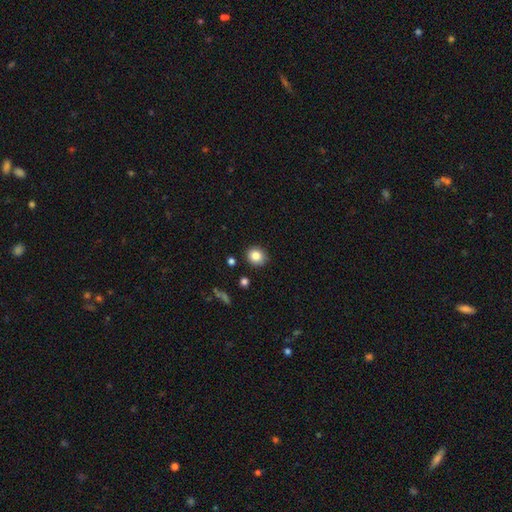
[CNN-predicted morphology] Smooth or featured?
  - smooth: 84% *
  - star or artifact: 10%
  - featured or disk: 6%
How rounded?
  - round: 81% *
  - in between: 18%
  - cigar-shaped: 1%
Merging?
  - none: 87% *
  - minor disturbance: 9%
  - merger: 2%
  - major disturbance: 2%